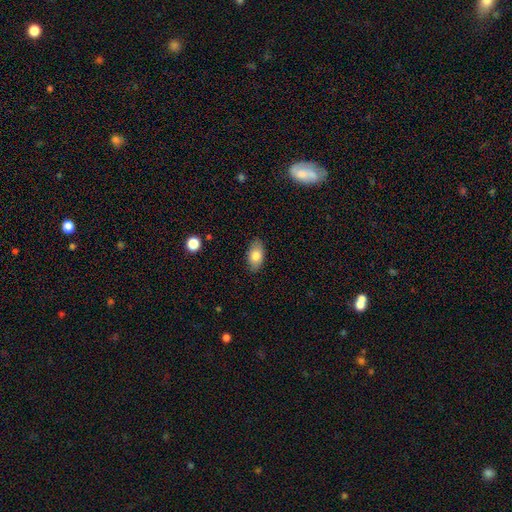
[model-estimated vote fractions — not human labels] Smooth or featured?
  - smooth: 79% *
  - featured or disk: 13%
  - star or artifact: 7%
How rounded?
  - in between: 91% *
  - round: 6%
  - cigar-shaped: 3%
Merging?
  - none: 86% *
  - minor disturbance: 11%
  - major disturbance: 2%
  - merger: 1%